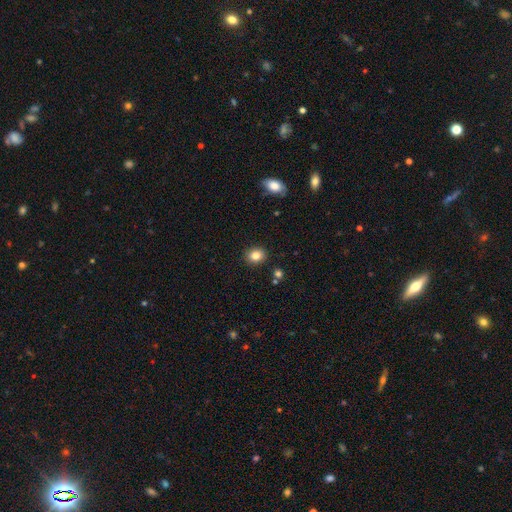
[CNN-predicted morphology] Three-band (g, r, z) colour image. It shows a smooth galaxy with no disk features (83%) that is round (65%). Merging: none (89%).